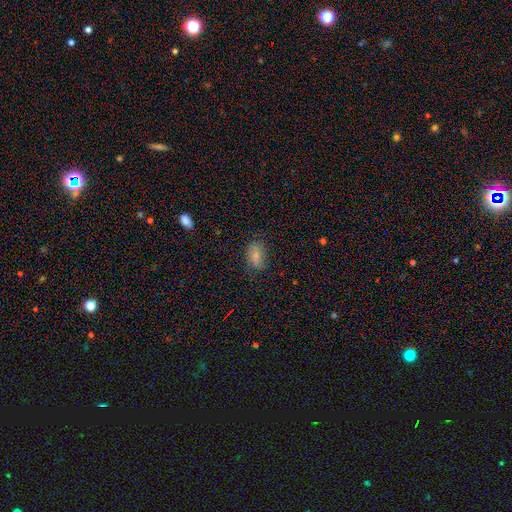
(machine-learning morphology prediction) smooth-or-featured: smooth: 74% | featured or disk: 15% | star or artifact: 11%
  how-rounded: in between: 87% | round: 10% | cigar-shaped: 2%
  merging: none: 72% | minor disturbance: 21% | major disturbance: 6% | merger: 1%